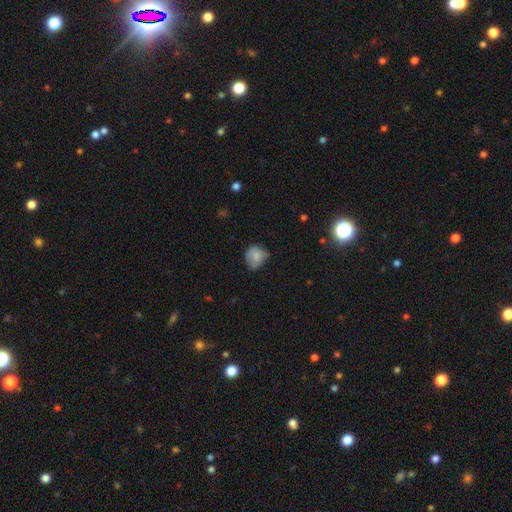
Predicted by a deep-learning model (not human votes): Smooth or featured? Predicted: smooth (p=0.78). How rounded? Predicted: round (p=0.66). Merging? Predicted: none (p=0.53).